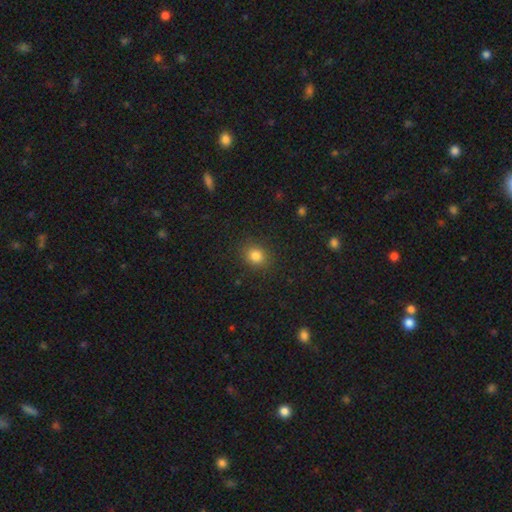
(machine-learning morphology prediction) Smooth or featured?
  - smooth: 82% *
  - star or artifact: 12%
  - featured or disk: 5%
How rounded?
  - round: 65% *
  - in between: 34%
  - cigar-shaped: 1%
Merging?
  - none: 86% *
  - minor disturbance: 9%
  - major disturbance: 3%
  - merger: 1%